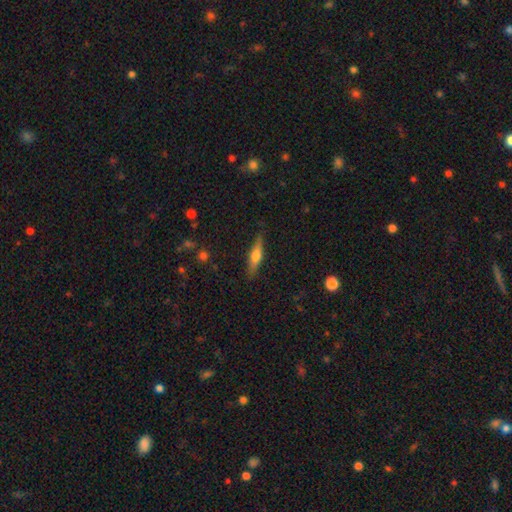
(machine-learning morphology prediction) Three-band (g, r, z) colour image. It shows a smooth galaxy with no disk features (48%). Merging: none (85%).